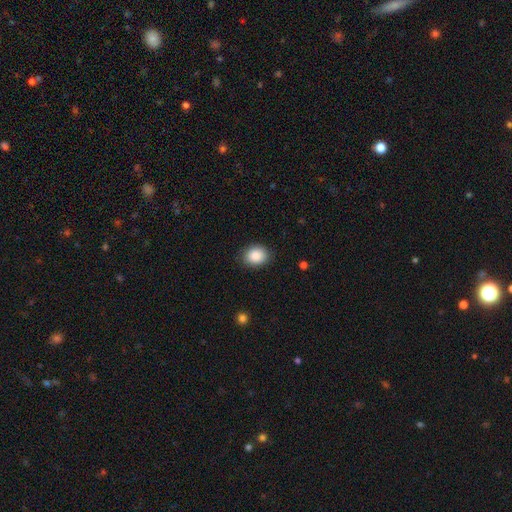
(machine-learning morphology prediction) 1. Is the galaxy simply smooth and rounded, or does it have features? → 88% smooth, 8% star or artifact, 4% featured or disk.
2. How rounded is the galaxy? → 53% round, 46% in between, 1% cigar-shaped.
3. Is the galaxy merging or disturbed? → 85% none, 11% minor disturbance, 3% major disturbance, 1% merger.